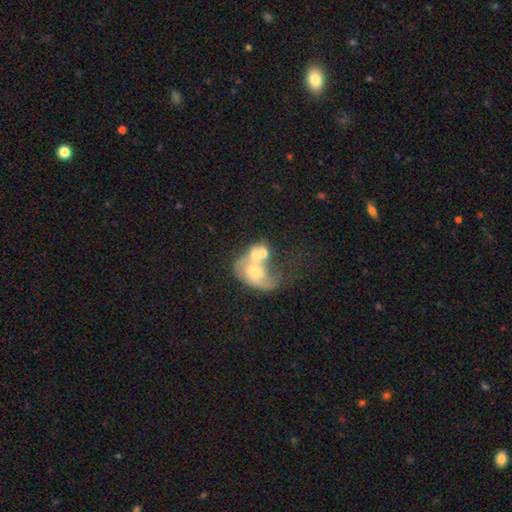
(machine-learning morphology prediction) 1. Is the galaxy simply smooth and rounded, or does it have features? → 58% featured or disk, 33% smooth, 9% star or artifact.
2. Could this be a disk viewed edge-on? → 96% no, 4% yes.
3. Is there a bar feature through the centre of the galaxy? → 73% no, 22% weak, 5% strong.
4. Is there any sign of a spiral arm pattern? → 50% yes (tied), 50% no (tied).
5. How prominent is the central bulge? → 53% moderate, 26% small, 10% large, 9% none, 2% dominant.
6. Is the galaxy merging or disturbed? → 65% merger, 17% major disturbance, 11% none, 7% minor disturbance.